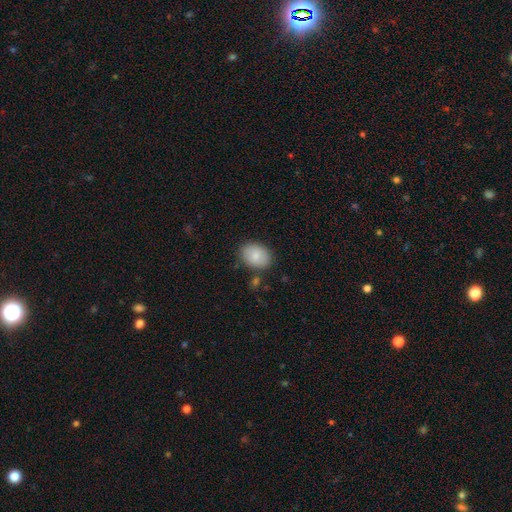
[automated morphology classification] Smooth or featured? smooth (84%)
How rounded? in between (69%)
Merging? none (80%)